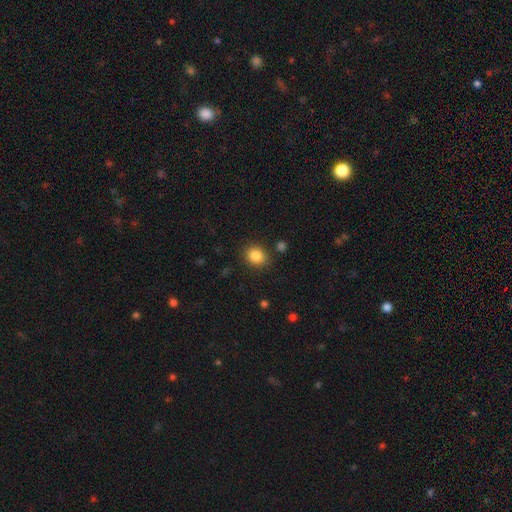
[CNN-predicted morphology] smooth-or-featured: smooth: 86% | star or artifact: 10% | featured or disk: 5%
  how-rounded: round: 64% | in between: 35% | cigar-shaped: 1%
  merging: none: 84% | minor disturbance: 10% | major disturbance: 3% | merger: 3%